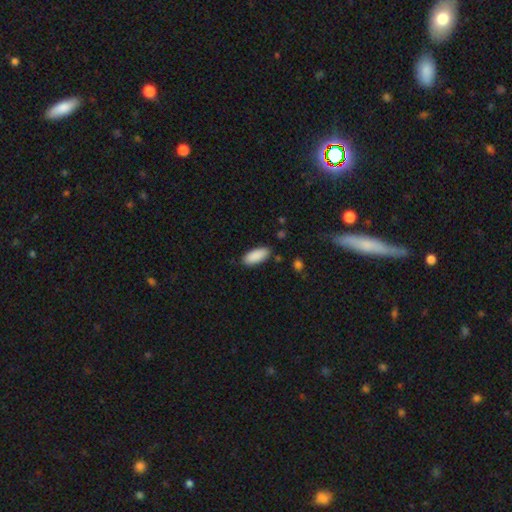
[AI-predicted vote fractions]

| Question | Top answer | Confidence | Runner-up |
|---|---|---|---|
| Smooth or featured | smooth | 90% | star or artifact (6%) |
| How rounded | in between | 86% | cigar-shaped (12%) |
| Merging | none | 85% | minor disturbance (11%) |